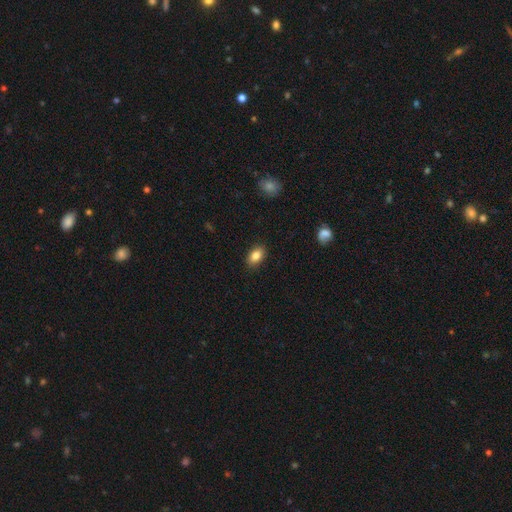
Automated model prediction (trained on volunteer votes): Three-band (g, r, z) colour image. It shows a smooth galaxy with no disk features (85%) that is in between round and cigar-shaped (88%). Merging: none (88%).